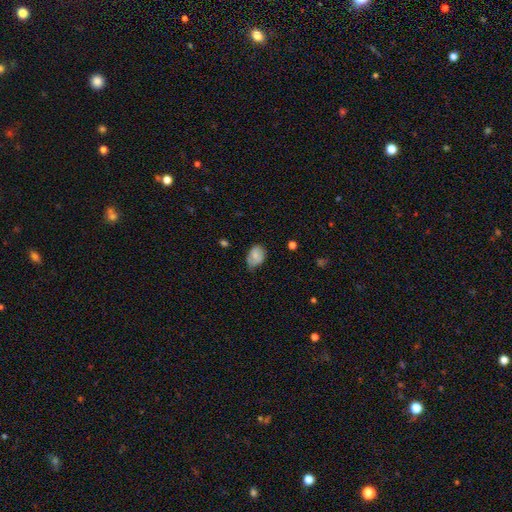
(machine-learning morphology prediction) Smooth or featured?
  - smooth: 76% *
  - featured or disk: 17%
  - star or artifact: 8%
How rounded?
  - in between: 78% *
  - round: 21%
  - cigar-shaped: 1%
Merging?
  - none: 60% *
  - minor disturbance: 32%
  - major disturbance: 6%
  - merger: 1%